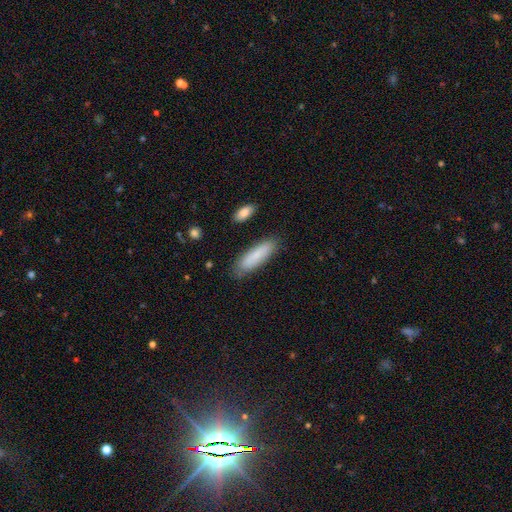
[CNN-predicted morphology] smooth_or_featured: smooth (p=0.84) [alt: featured or disk p=0.10]
how_rounded: cigar-shaped (p=0.60) [alt: in between p=0.38]
merging: none (p=0.84) [alt: minor disturbance p=0.12]